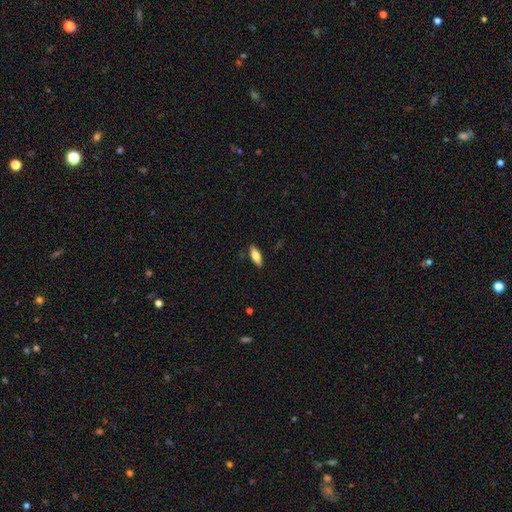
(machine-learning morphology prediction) Smooth or featured? Predicted: smooth (p=0.73). How rounded? Predicted: in between (p=0.75). Merging? Predicted: none (p=0.87).